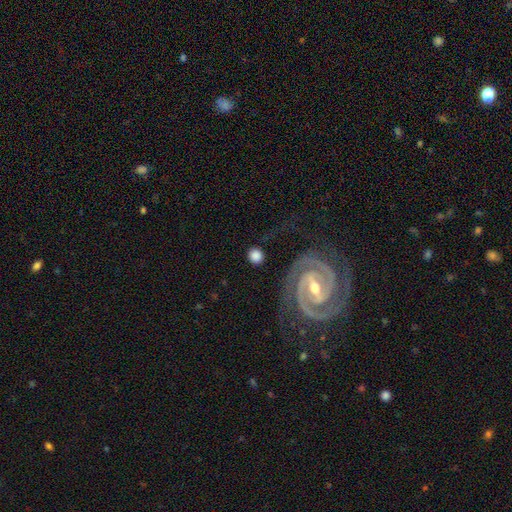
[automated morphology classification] Overall: smooth (61%; featured or disk 29%). How rounded: round (86%). Merging: none (79%).